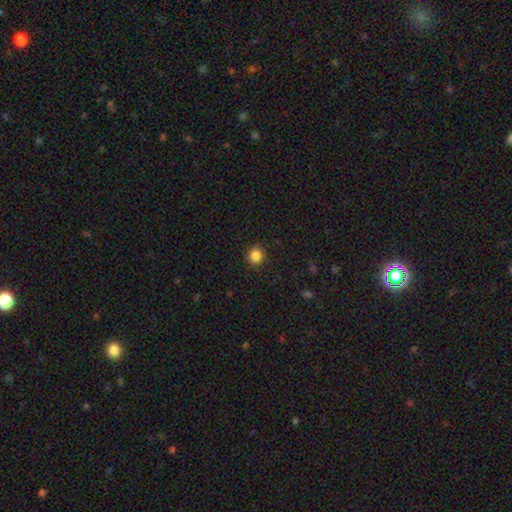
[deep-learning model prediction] Smooth or featured? Predicted: smooth (p=0.85). How rounded? Predicted: round (p=0.93). Merging? Predicted: none (p=0.92).